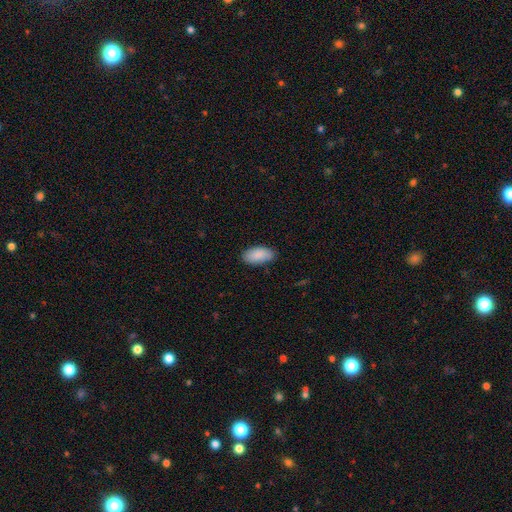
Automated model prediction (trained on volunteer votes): Overall: smooth (89%). How rounded: in between (93%). Merging: none (82%).